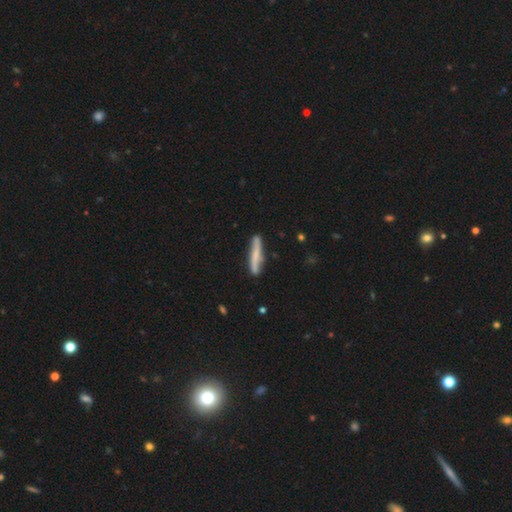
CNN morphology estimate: A smooth galaxy with no disk features (56%) that is cigar-shaped (92%).

Vote fractions:
- Smooth or featured? smooth: 56% / featured or disk: 38% / star or artifact: 6%
- How rounded? cigar-shaped: 92% / in between: 6% / round: 2%
- Merging? none: 78% / minor disturbance: 16% / major disturbance: 3% / merger: 3%